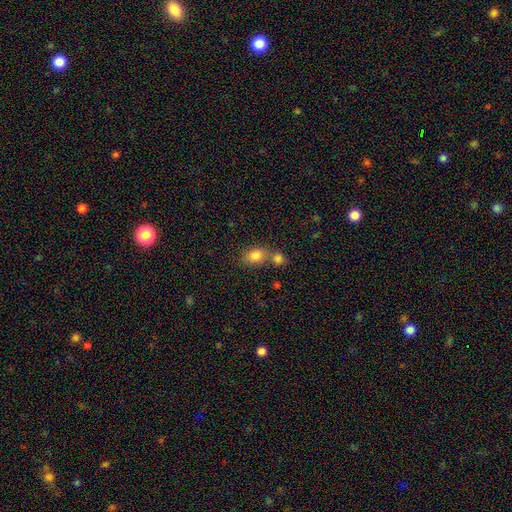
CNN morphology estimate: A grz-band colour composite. It shows a smooth galaxy with no disk features (82%) that is in between round and cigar-shaped (63%). Merging: none (45%).